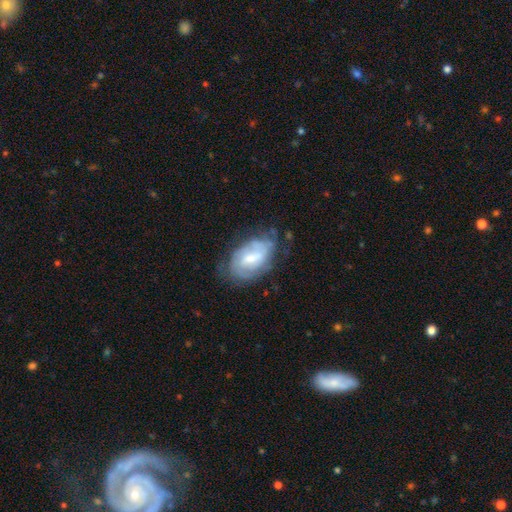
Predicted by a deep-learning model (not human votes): Overall: featured or disk (68%). Edge-on disk: no (95%). Bar: weak (50%; no 34%). Spiral arms: yes (81%). Spiral arm count: can't tell (44%; 2 36%). Spiral winding: tight (55%; medium 33%). Bulge size: small (46%; moderate 44%). Merging: none (63%; minor disturbance 25%).